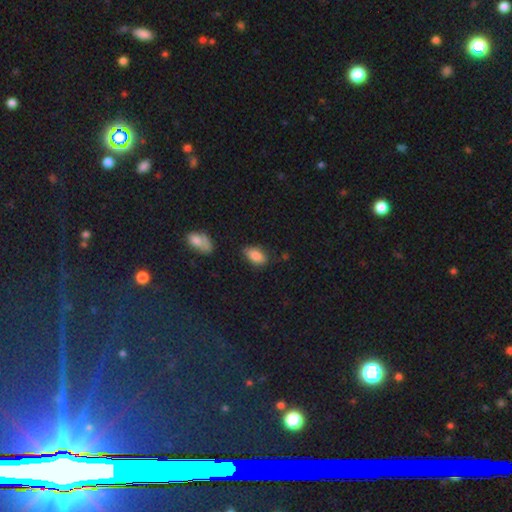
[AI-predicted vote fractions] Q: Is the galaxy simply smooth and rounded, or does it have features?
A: smooth — 85%.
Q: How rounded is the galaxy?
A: in between — 92%.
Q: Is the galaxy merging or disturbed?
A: none — 74%.